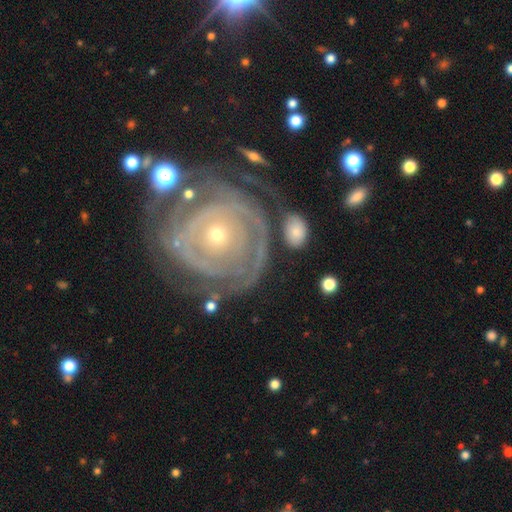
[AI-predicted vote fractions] A featured or disk galaxy (85%) with no bar (83%), tight (84%) spiral arms (87%) and a small central bulge (71%).

Vote fractions:
- Smooth or featured? featured or disk: 85% / smooth: 9% / star or artifact: 6%
- Edge-on disk? no: 97% / yes: 3%
- Bar? no: 83% / weak: 11% / strong: 5%
- Spiral arms? yes: 87% / no: 13%
- Spiral winding? tight: 84% / medium: 12% / loose: 4%
- Spiral arm count? can't tell: 41% / 2: 19% / 3: 15% / 4: 11% / more than 4: 8% / 1: 7%
- Bulge size? small: 71% / moderate: 26% / large: 2% / none: 1% / dominant: 1%
- Merging? none: 64% / minor disturbance: 19% / major disturbance: 12% / merger: 5%